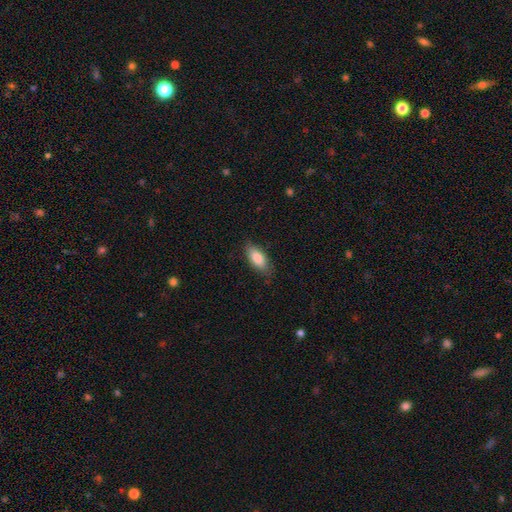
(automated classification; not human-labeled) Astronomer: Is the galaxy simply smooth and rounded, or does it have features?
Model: smooth — 83%.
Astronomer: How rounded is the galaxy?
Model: in between — 84%.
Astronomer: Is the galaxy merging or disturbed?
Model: none — 80%.